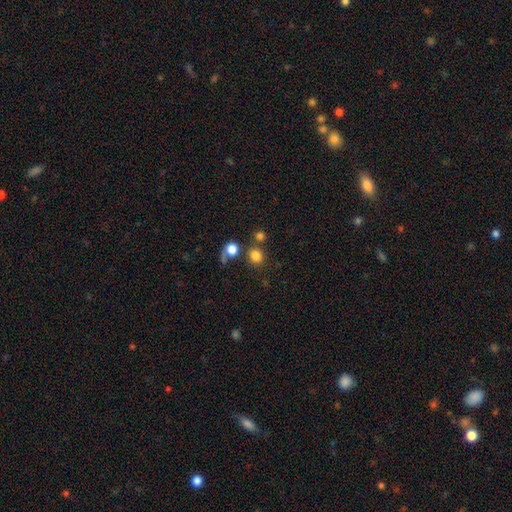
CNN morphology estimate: Smooth or featured? Predicted: smooth (p=0.80). How rounded? Predicted: round (p=0.82). Merging? Predicted: none (p=0.68).